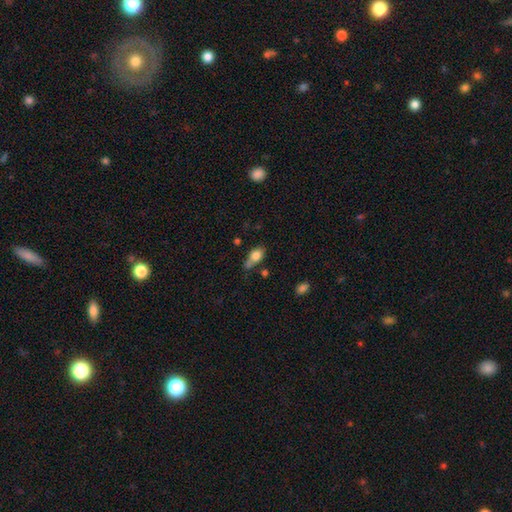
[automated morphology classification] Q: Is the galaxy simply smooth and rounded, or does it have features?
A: smooth — 78%.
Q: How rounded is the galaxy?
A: in between — 79%.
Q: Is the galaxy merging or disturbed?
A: none — 43%.